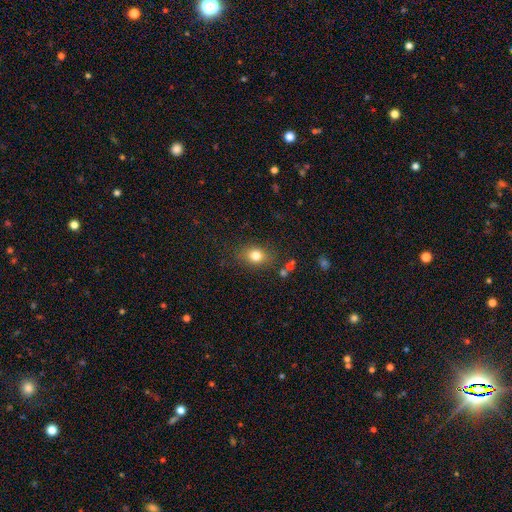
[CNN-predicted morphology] smooth_or_featured: smooth (p=0.79) [alt: star or artifact p=0.12]
how_rounded: in between (p=0.57) [alt: round p=0.41]
merging: none (p=0.80) [alt: minor disturbance p=0.13]